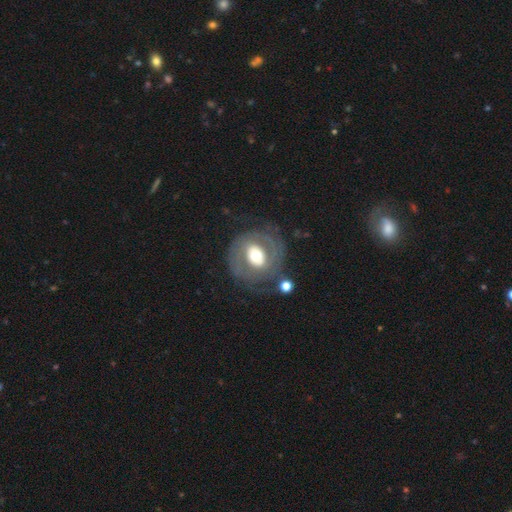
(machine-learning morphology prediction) This appears to be a featured or disk galaxy (65%) with no bar (59%), spiral arms (54%) and a moderate central bulge (61%). Merging: none (67%).